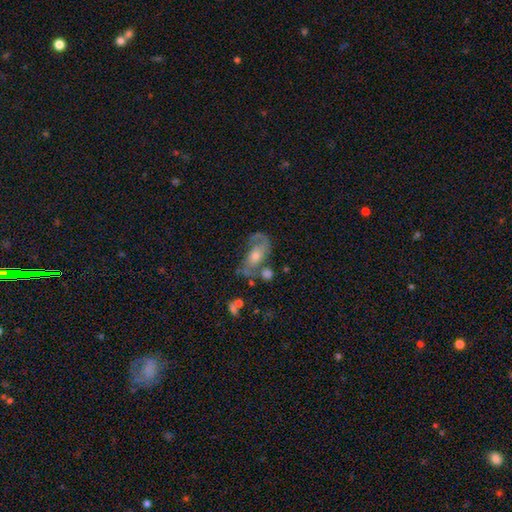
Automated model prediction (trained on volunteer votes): This appears to be a featured or disk galaxy (69%) with no bar (64%), 2 (60%) medium (43%) spiral arms (83%) and a moderate central bulge (56%). Merging: none (41%).